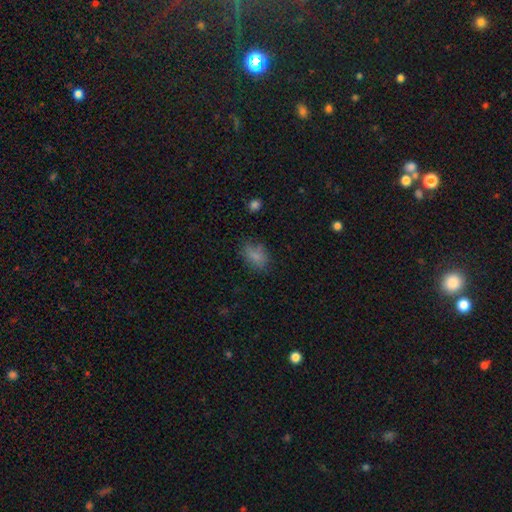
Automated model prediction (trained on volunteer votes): Morphology: type=smooth (78%); roundness=in between (83%); merging=none (64%).